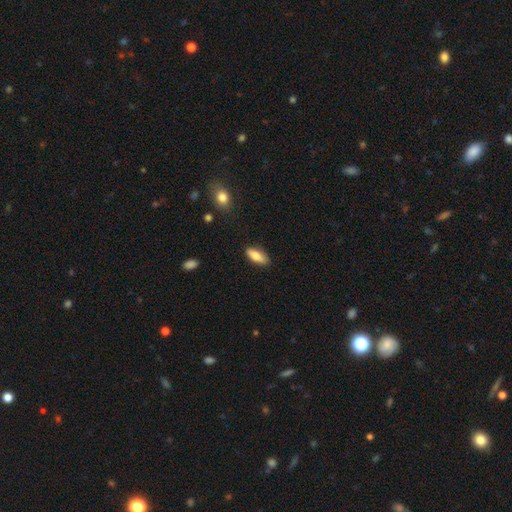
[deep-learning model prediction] Smooth or featured? smooth (79%)
How rounded? in between (73%)
Merging? none (83%)